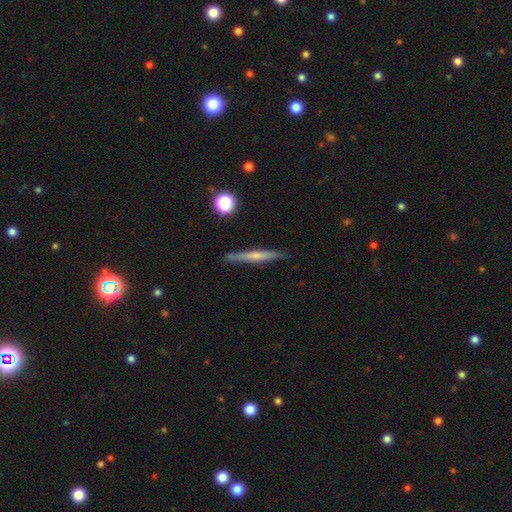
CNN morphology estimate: This is possibly a featured or disk galaxy (48%). Merging: clearly none (87%).